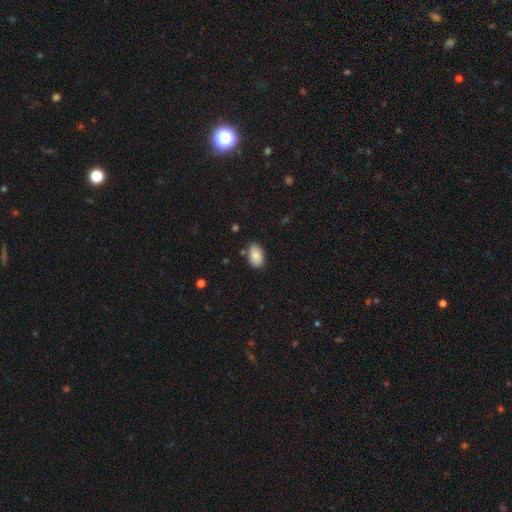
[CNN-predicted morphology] A smooth galaxy with no disk features (86%) that is in between round and cigar-shaped (91%).

Vote fractions:
- Smooth or featured? smooth: 86% / star or artifact: 7% / featured or disk: 7%
- How rounded? in between: 91% / round: 7% / cigar-shaped: 1%
- Merging? none: 77% / minor disturbance: 16% / merger: 4% / major disturbance: 3%